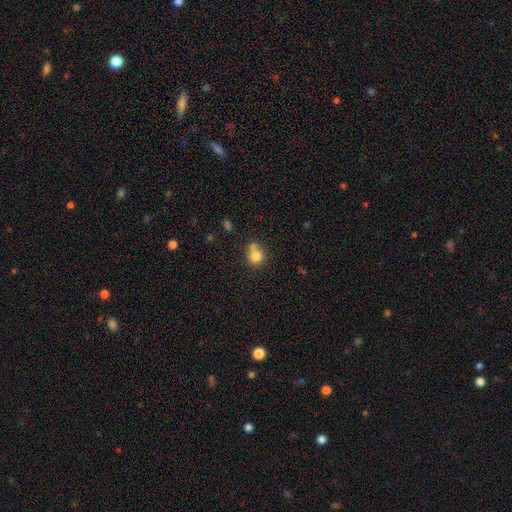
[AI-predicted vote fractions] Overall: smooth (79%). How rounded: round (83%). Merging: none (50%; merger 34%).